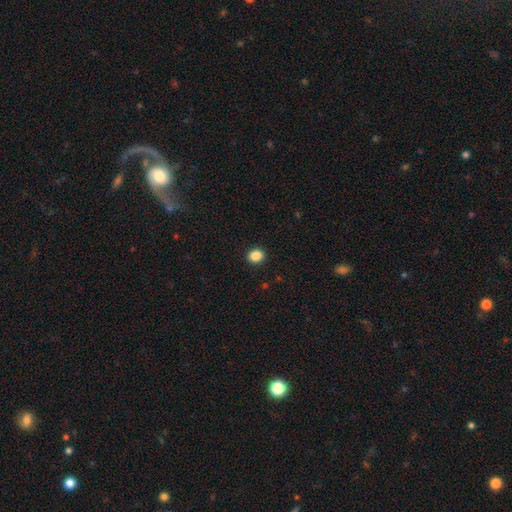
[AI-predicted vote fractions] Q: Smooth or featured?
A: smooth (87%); runner-up: star or artifact (10%)
Q: How rounded?
A: round (72%); runner-up: in between (28%)
Q: Merging?
A: none (92%); runner-up: minor disturbance (5%)